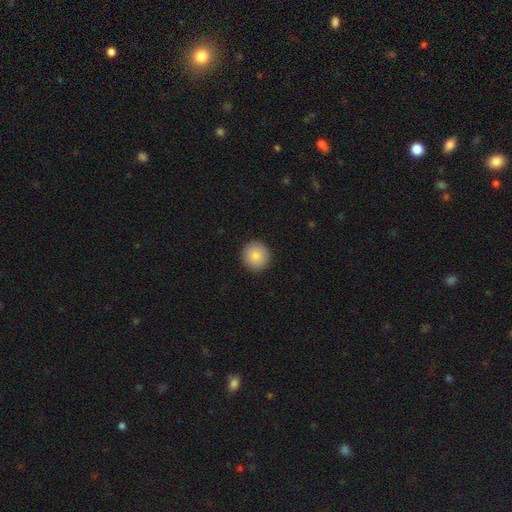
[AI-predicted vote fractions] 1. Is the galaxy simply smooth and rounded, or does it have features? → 86% smooth, 8% star or artifact, 6% featured or disk.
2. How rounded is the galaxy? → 95% round, 4% in between, 1% cigar-shaped.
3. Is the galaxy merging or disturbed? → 93% none, 5% minor disturbance, 2% major disturbance, 1% merger.